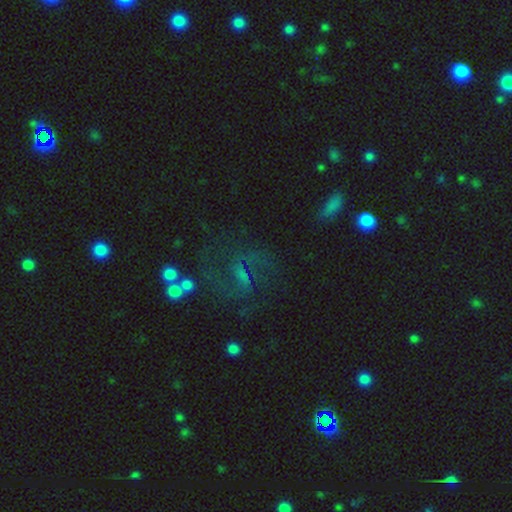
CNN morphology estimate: type=featured or disk (48%); merging=none (64%).